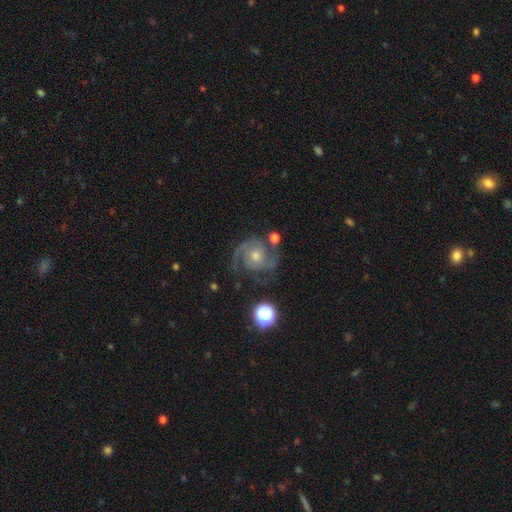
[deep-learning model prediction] Smooth or featured? Predicted: featured or disk (p=0.88). Edge-on disk? Predicted: no (p=0.98). Bar? Predicted: no (p=0.72). Spiral arms? Predicted: yes (p=0.98). Spiral winding? Predicted: medium (p=0.47). Spiral arm count? Predicted: 2 (p=0.76). Bulge size? Predicted: small (p=0.49). Merging? Predicted: none (p=0.75).